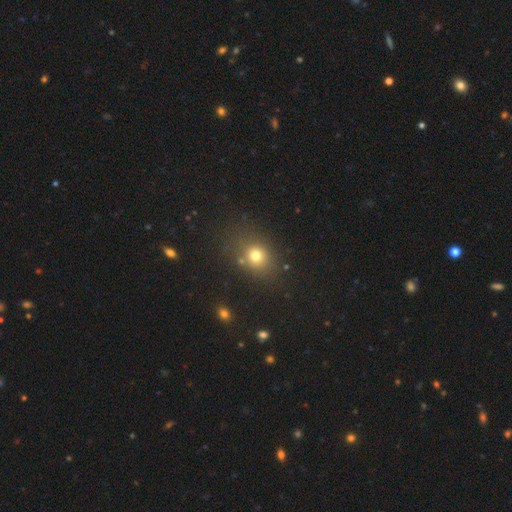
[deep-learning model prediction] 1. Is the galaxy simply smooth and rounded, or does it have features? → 72% smooth, 18% star or artifact, 9% featured or disk.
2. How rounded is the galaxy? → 66% round, 33% in between, 1% cigar-shaped.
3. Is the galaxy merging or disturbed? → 76% none, 13% minor disturbance, 6% major disturbance, 5% merger.